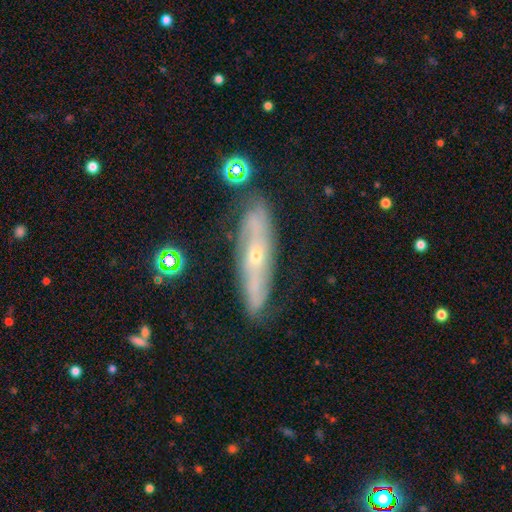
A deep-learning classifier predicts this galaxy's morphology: This appears to be a featured or disk galaxy (71%). Merging: none (79%).